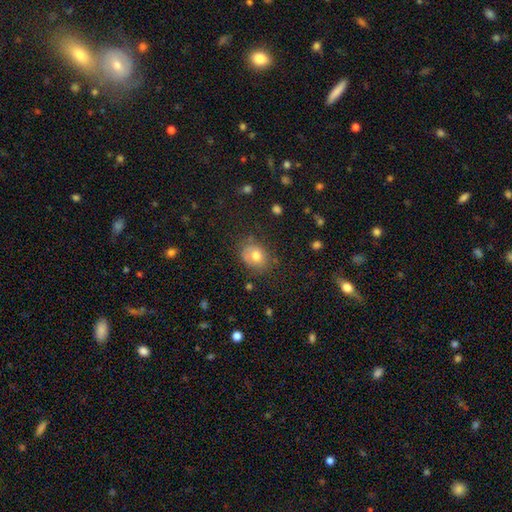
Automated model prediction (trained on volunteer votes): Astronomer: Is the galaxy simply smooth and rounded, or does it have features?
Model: smooth — 75%.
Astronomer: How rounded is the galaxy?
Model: in between — 52% (runner-up: round, 47%).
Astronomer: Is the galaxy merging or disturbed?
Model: none — 68%.